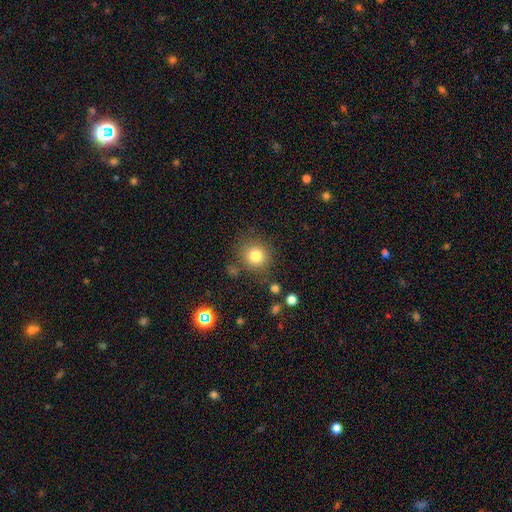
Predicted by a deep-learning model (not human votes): Smooth or featured: smooth — 80% (star or artifact — 12%)
How rounded: round — 88% (in between — 11%)
Merging: none — 81% (minor disturbance — 11%)